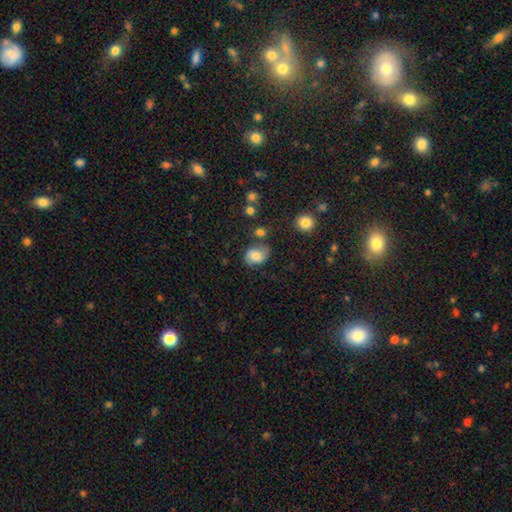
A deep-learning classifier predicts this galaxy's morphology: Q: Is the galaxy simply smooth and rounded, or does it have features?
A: smooth — 61%.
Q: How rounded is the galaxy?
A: in between — 58%.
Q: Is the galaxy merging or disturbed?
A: none — 63%.